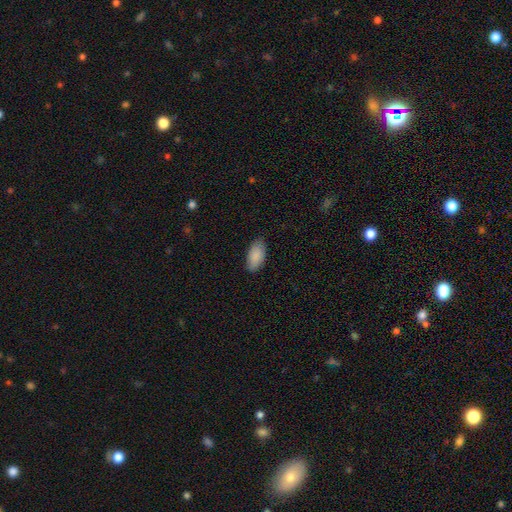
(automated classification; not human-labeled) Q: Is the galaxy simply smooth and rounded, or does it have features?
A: smooth — 89%.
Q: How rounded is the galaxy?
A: in between — 93%.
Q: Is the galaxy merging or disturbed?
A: none — 82%.